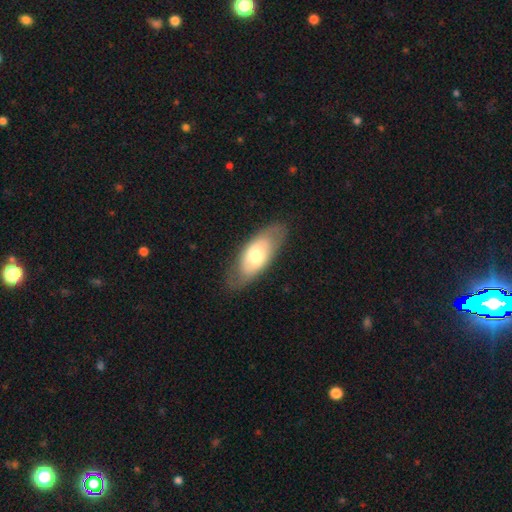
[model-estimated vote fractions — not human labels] Smooth or featured? smooth (54%)
How rounded? in between (85%)
Merging? none (79%)